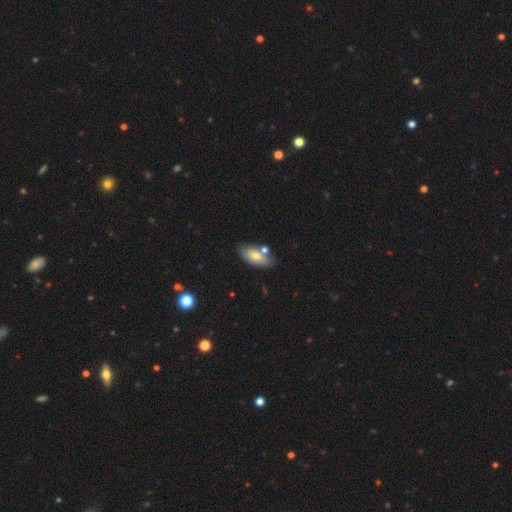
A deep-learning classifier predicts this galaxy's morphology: A smooth galaxy with no disk features (71%) that is in between round and cigar-shaped (86%).

Vote fractions:
- Smooth or featured? smooth: 71% / featured or disk: 22% / star or artifact: 7%
- How rounded? in between: 86% / cigar-shaped: 11% / round: 3%
- Merging? none: 67% / minor disturbance: 16% / merger: 13% / major disturbance: 4%